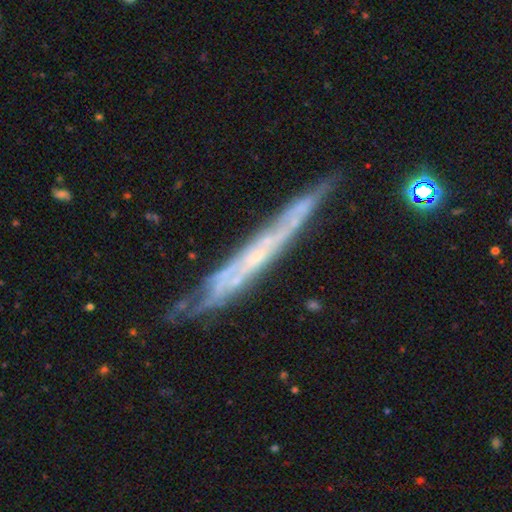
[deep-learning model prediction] A featured or disk galaxy (75%) viewed edge-on (78%) with no central bulge (75%).

Vote fractions:
- Smooth or featured? featured or disk: 75% / smooth: 18% / star or artifact: 7%
- Edge-on disk? yes: 78% / no: 22%
- Edge-on bulge? none: 75% / rounded: 21% / boxy: 4%
- Merging? none: 69% / minor disturbance: 23% / major disturbance: 6% / merger: 3%